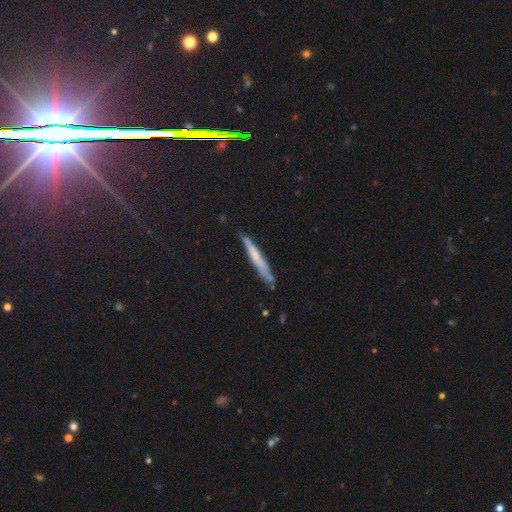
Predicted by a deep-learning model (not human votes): Smooth or featured?
  - featured or disk: 46% *
  - smooth: 39%
  - star or artifact: 15%
Merging?
  - none: 83% *
  - minor disturbance: 14%
  - major disturbance: 2%
  - merger: 2%